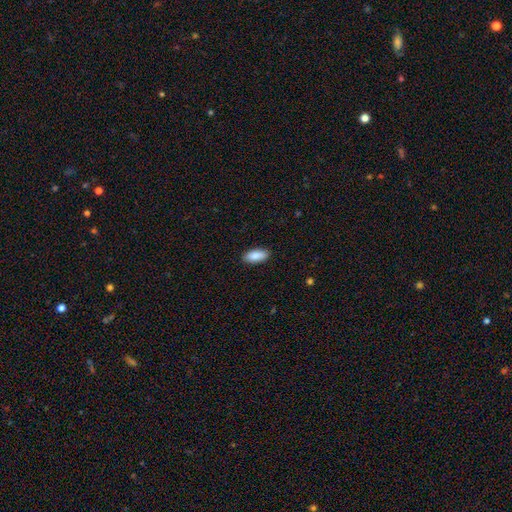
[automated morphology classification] Smooth or featured: smooth — 87% (featured or disk — 6%)
How rounded: in between — 85% (cigar-shaped — 13%)
Merging: none — 89% (minor disturbance — 8%)